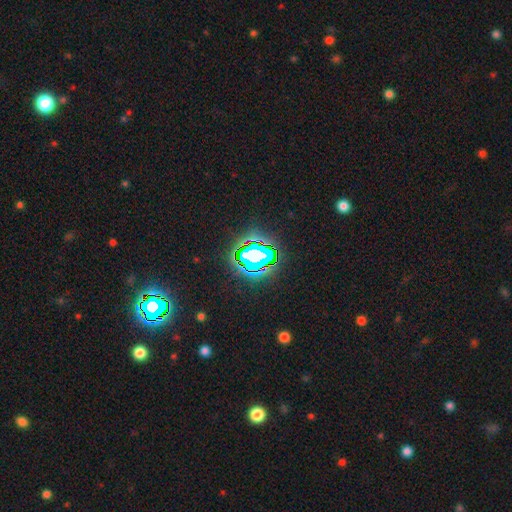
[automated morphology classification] A star or artifact, not a galaxy (76%).

Vote fractions:
- Smooth or featured? star or artifact: 76% / smooth: 14% / featured or disk: 10%